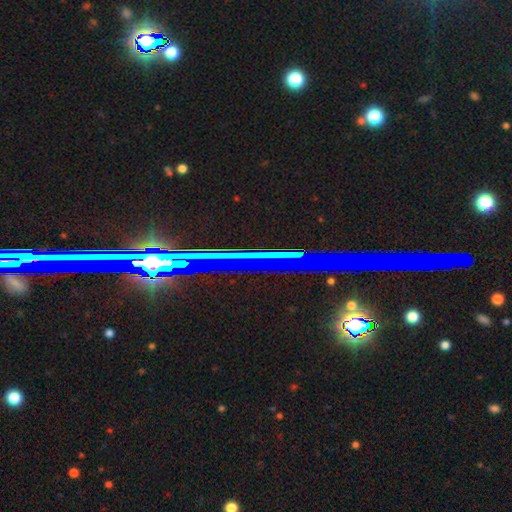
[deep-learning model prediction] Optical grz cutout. It shows a star or artifact, not a galaxy (75%).